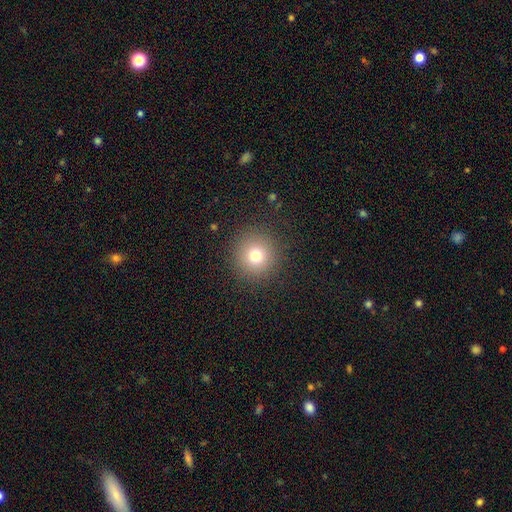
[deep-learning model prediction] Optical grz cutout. It shows a smooth galaxy with no disk features (75%) that is round (95%). Merging: none (90%).